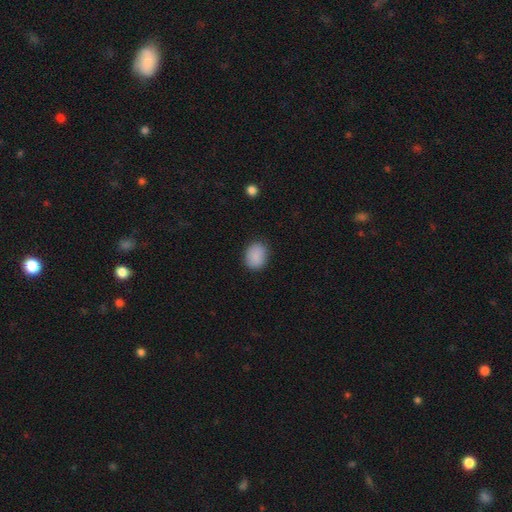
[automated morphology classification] A smooth galaxy with no disk features (88%) that is in between round and cigar-shaped (50%). Merging: none (86%).